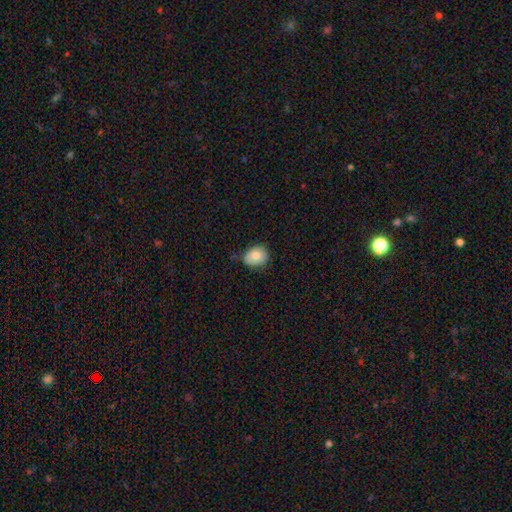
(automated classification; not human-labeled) Smooth or featured? Predicted: smooth (p=0.78). How rounded? Predicted: round (p=0.51). Merging? Predicted: none (p=0.67).